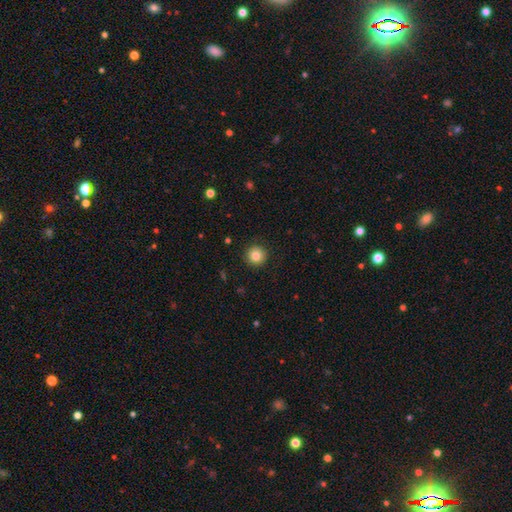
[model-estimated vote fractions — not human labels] smooth-or-featured: smooth: 84% | star or artifact: 10% | featured or disk: 6%
  how-rounded: round: 95% | in between: 4% | cigar-shaped: 1%
  merging: none: 91% | minor disturbance: 6% | major disturbance: 2% | merger: 1%